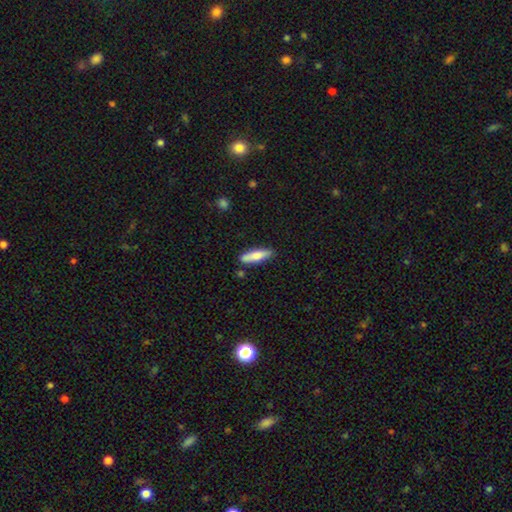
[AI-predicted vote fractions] smooth-or-featured: smooth: 74% | featured or disk: 20% | star or artifact: 6%
  how-rounded: cigar-shaped: 69% | in between: 29% | round: 2%
  merging: none: 83% | minor disturbance: 11% | merger: 4% | major disturbance: 2%